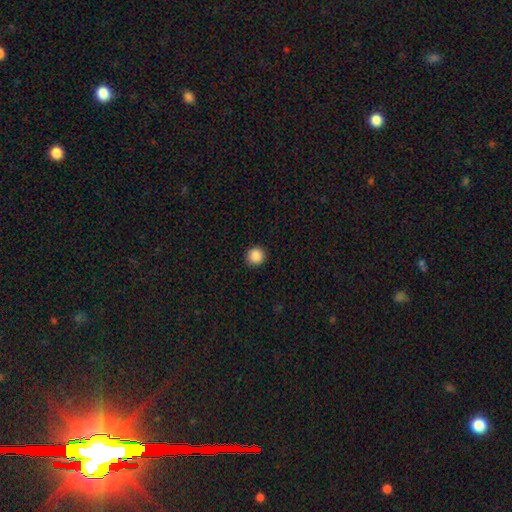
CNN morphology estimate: smooth_or_featured: smooth (p=0.88) [alt: star or artifact p=0.09]
how_rounded: round (p=0.93) [alt: in between p=0.06]
merging: none (p=0.92) [alt: minor disturbance p=0.06]